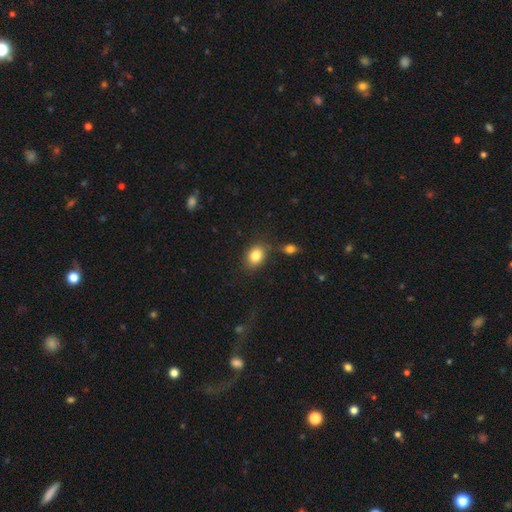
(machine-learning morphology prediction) type=smooth (83%); roundness=in between (63%); merging=none (74%).